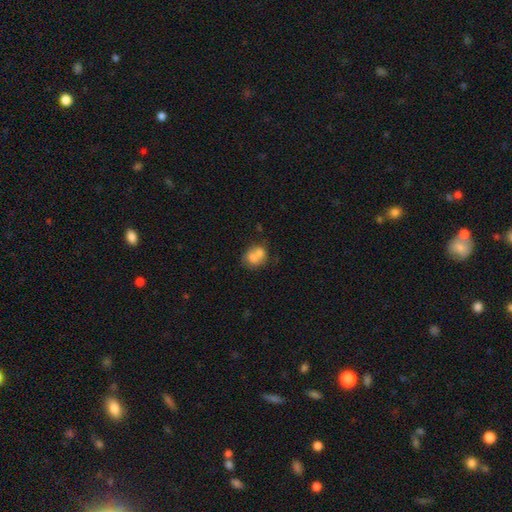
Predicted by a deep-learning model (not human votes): Smooth or featured? smooth (70%)
How rounded? round (60%)
Merging? merger (58%)